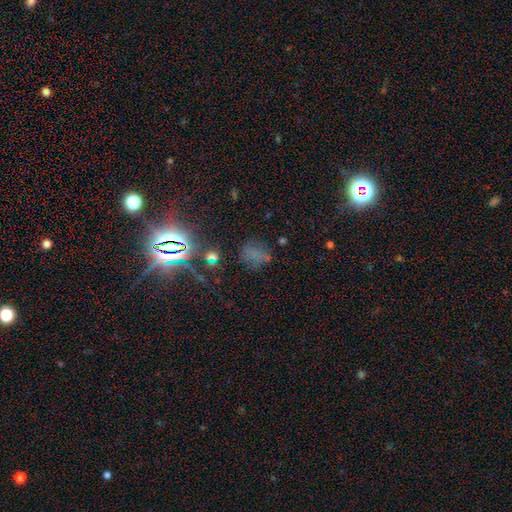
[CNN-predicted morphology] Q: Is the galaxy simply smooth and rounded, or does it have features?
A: star or artifact — 51%.